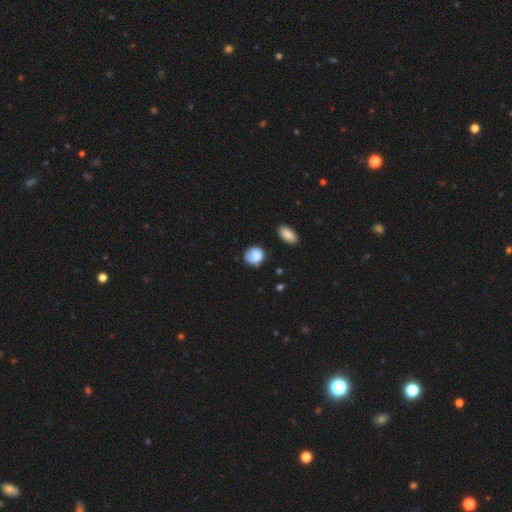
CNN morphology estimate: Smooth or featured? Predicted: smooth (p=0.83). How rounded? Predicted: round (p=0.71). Merging? Predicted: none (p=0.62).